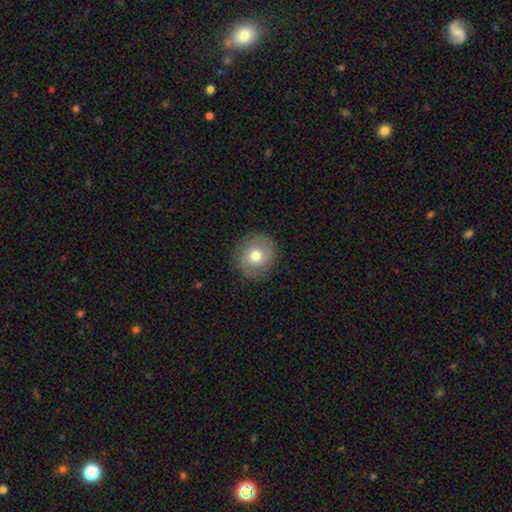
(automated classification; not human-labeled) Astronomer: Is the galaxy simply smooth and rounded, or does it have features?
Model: smooth — 65%.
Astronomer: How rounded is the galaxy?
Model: round — 88%.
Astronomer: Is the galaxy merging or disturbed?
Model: none — 86%.